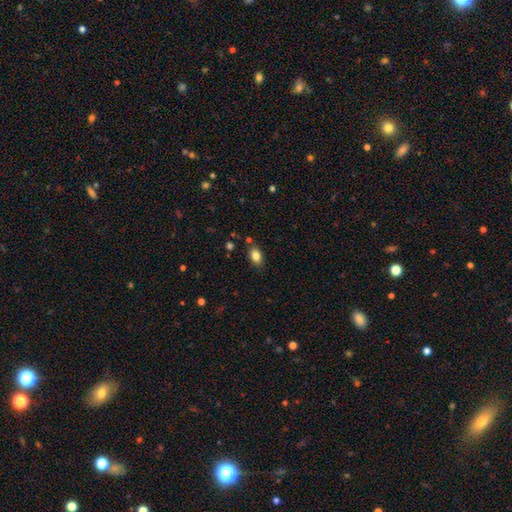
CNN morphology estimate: This appears to be a smooth galaxy with no disk features (84%) that is in between round and cigar-shaped (87%). Merging: none (83%).